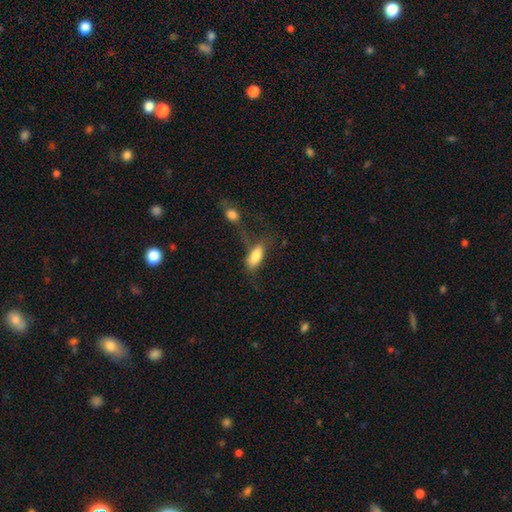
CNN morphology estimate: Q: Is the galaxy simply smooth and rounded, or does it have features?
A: smooth — 81%.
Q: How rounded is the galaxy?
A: in between — 85%.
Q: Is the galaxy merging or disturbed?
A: none — 44%.